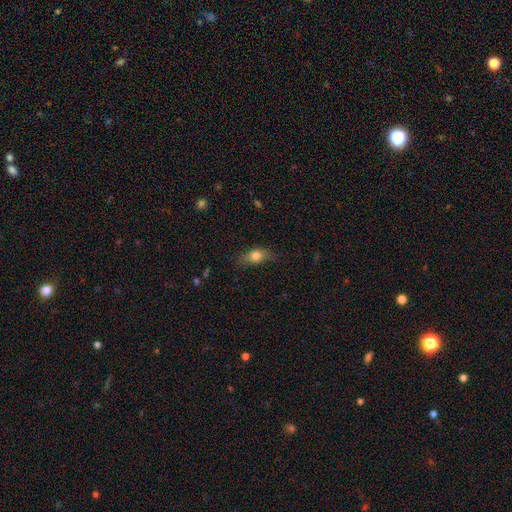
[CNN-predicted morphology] Q: Smooth or featured?
A: smooth (76%); runner-up: featured or disk (15%)
Q: How rounded?
A: in between (75%); runner-up: cigar-shaped (14%)
Q: Merging?
A: none (74%); runner-up: minor disturbance (20%)